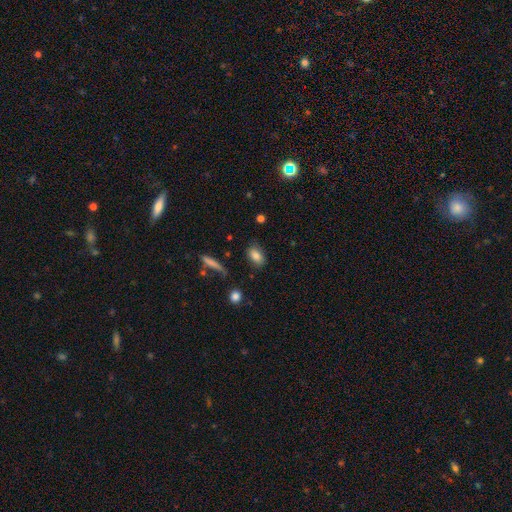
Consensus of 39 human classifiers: smooth-or-featured: smooth: 85% | star or artifact: 10% | featured or disk: 5%
  how-rounded: in between: 88% | round: 9% | cigar-shaped: 3%
  merging: none: 71% | minor disturbance: 20% | major disturbance: 6% | merger: 3%